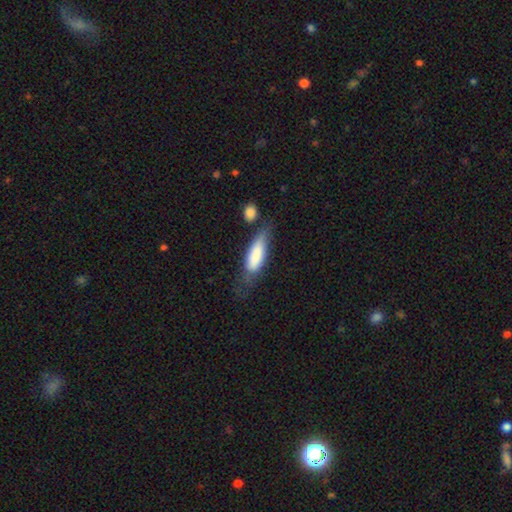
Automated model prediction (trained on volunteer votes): The model was most divided on "merging": none: 44%, minor disturbance: 29%, major disturbance: 16%, merger: 12%. More confident: smooth or featured — smooth (78%); how rounded — in between (57%).